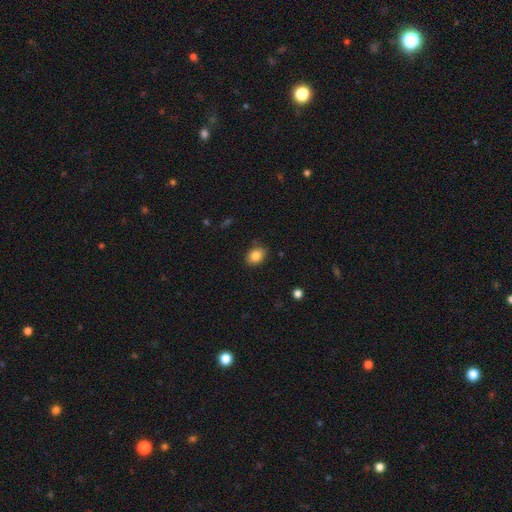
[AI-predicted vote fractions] Smooth or featured?
  - smooth: 85% *
  - star or artifact: 9%
  - featured or disk: 6%
How rounded?
  - in between: 58% *
  - round: 41%
  - cigar-shaped: 1%
Merging?
  - none: 83% *
  - minor disturbance: 13%
  - major disturbance: 3%
  - merger: 1%